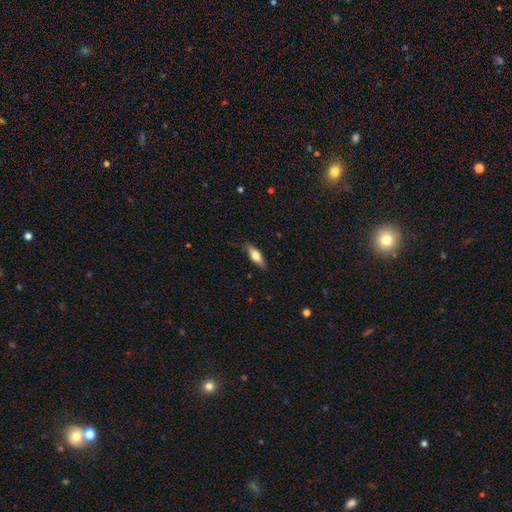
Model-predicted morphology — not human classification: smooth-or-featured: smooth: 57% | featured or disk: 37% | star or artifact: 6%
  how-rounded: in between: 54% | cigar-shaped: 43% | round: 3%
  merging: none: 82% | minor disturbance: 14% | major disturbance: 3% | merger: 1%